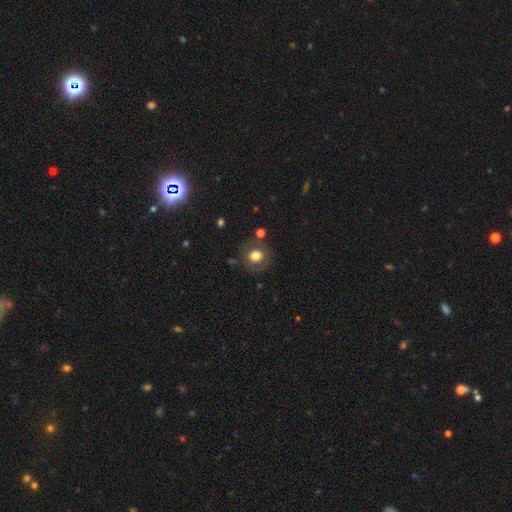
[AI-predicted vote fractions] smooth_or_featured: smooth (p=0.69) [alt: featured or disk p=0.21]
how_rounded: round (p=0.81) [alt: in between p=0.18]
merging: none (p=0.79) [alt: minor disturbance p=0.12]